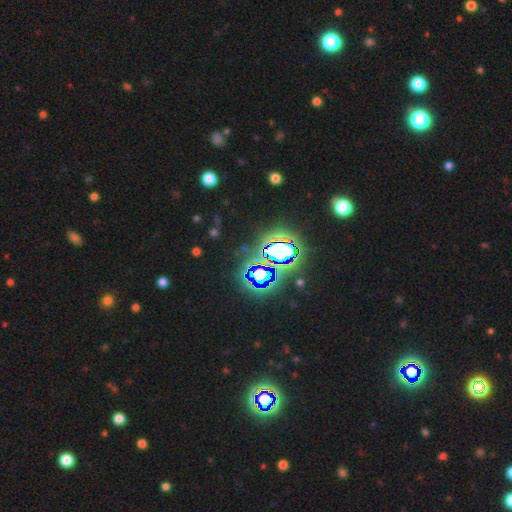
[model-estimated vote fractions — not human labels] Q: Smooth or featured?
A: star or artifact (80%); runner-up: smooth (13%)